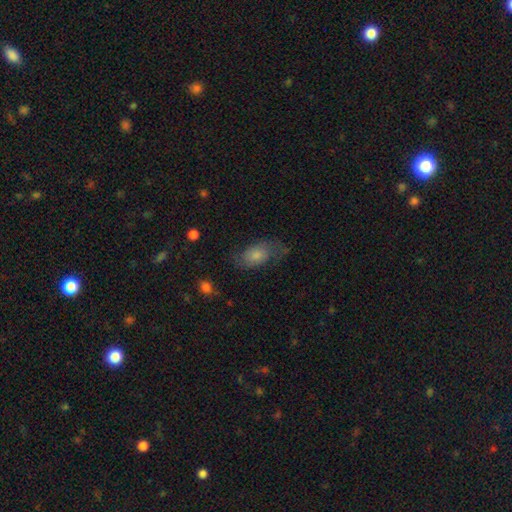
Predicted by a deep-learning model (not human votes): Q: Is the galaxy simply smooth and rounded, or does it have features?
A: smooth — 49%.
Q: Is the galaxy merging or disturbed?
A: none — 62%.